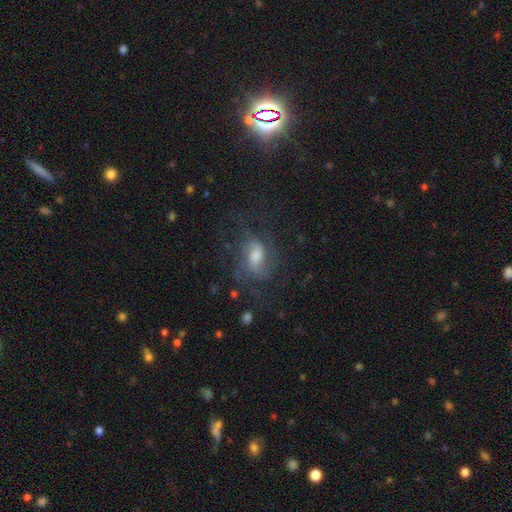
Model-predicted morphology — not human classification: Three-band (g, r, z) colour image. It shows a featured or disk galaxy (62%) with a weak bar (48%), medium (45%) spiral arms (85%) and a moderate central bulge (49%). Merging: none (57%).